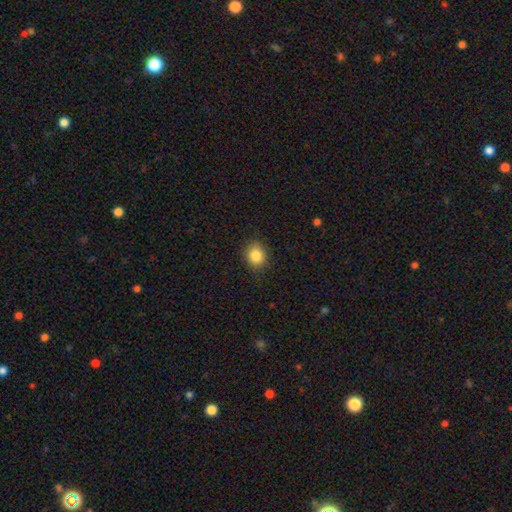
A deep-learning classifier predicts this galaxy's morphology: A smooth galaxy with no disk features (85%) that is round (63%).

Vote fractions:
- Smooth or featured? smooth: 85% / star or artifact: 9% / featured or disk: 5%
- How rounded? round: 63% / in between: 36% / cigar-shaped: 1%
- Merging? none: 85% / minor disturbance: 11% / major disturbance: 3% / merger: 1%